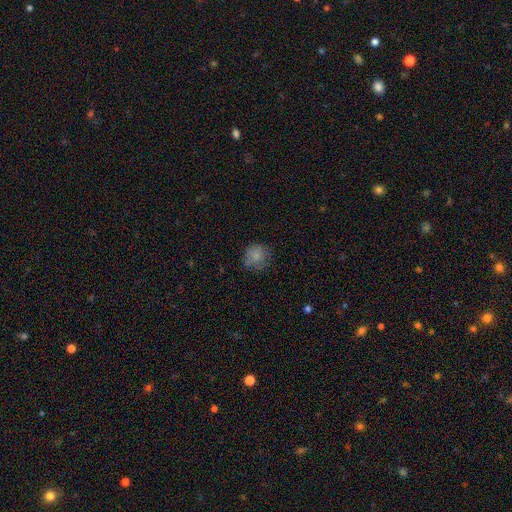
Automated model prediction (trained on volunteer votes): Smooth or featured: smooth — 79% (star or artifact — 11%)
How rounded: round — 87% (in between — 12%)
Merging: none — 72% (minor disturbance — 20%)